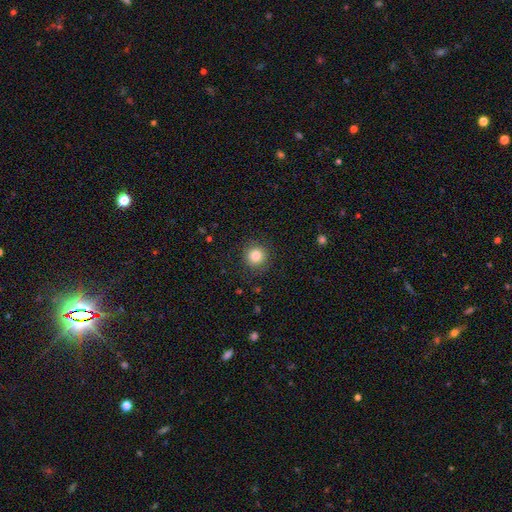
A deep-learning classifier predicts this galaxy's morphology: smooth-or-featured: smooth: 83% | star or artifact: 11% | featured or disk: 6%
  how-rounded: round: 94% | in between: 5% | cigar-shaped: 1%
  merging: none: 87% | minor disturbance: 8% | major disturbance: 3% | merger: 1%